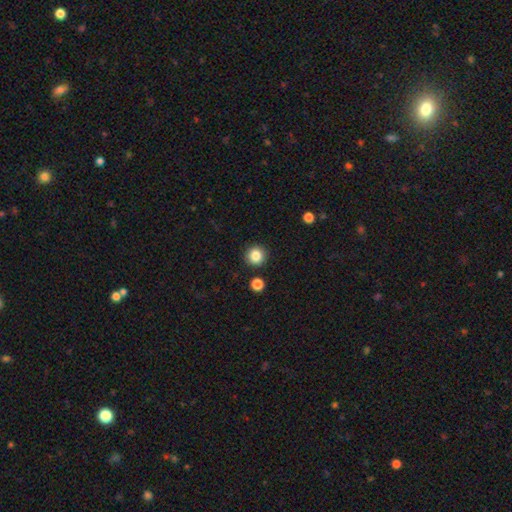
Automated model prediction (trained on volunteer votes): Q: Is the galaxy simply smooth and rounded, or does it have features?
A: smooth — 85%.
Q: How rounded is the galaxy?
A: round — 94%.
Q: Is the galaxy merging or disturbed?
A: none — 90%.